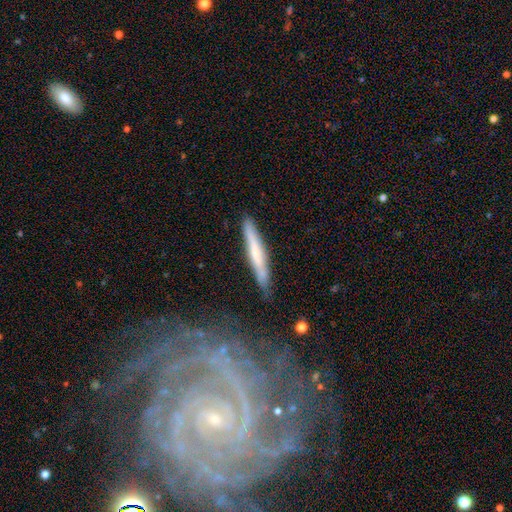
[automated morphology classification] smooth_or_featured: smooth (p=0.54) [alt: featured or disk p=0.41]
how_rounded: cigar-shaped (p=0.95) [alt: in between p=0.04]
merging: none (p=0.81) [alt: minor disturbance p=0.14]